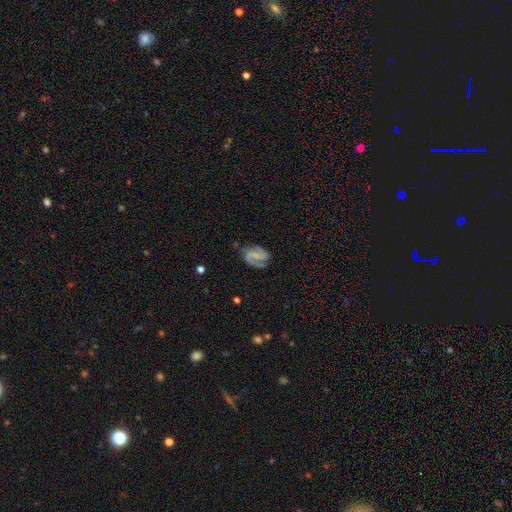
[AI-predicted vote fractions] Smooth or featured? Predicted: featured or disk (p=0.81). Edge-on disk? Predicted: no (p=0.98). Bar? Predicted: weak (p=0.43). Spiral arms? Predicted: yes (p=0.95). Spiral winding? Predicted: medium (p=0.50). Spiral arm count? Predicted: 2 (p=0.87). Bulge size? Predicted: none (p=0.49). Merging? Predicted: none (p=0.70).